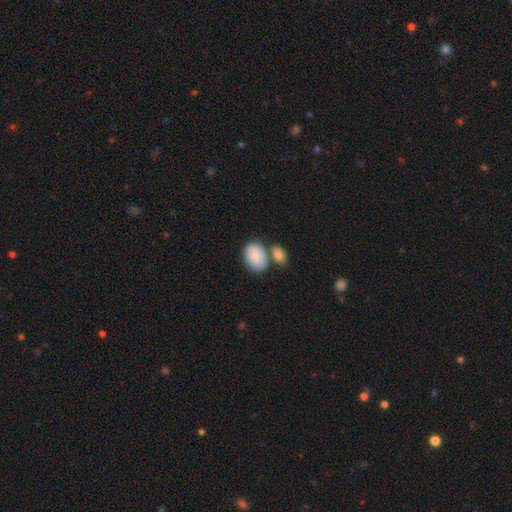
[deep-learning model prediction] This is clearly a smooth galaxy (84%). How rounded: clearly in between (81%). Merging: possibly none (47%).